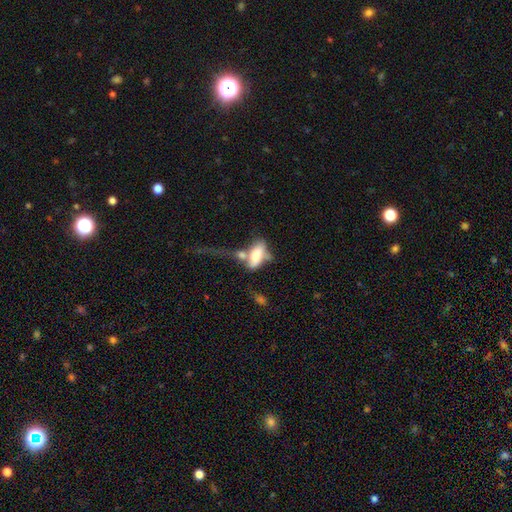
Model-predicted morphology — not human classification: Smooth or featured: smooth — 62% (featured or disk — 30%)
How rounded: in between — 82% (cigar-shaped — 15%)
Merging: merger — 39% (major disturbance — 28%)